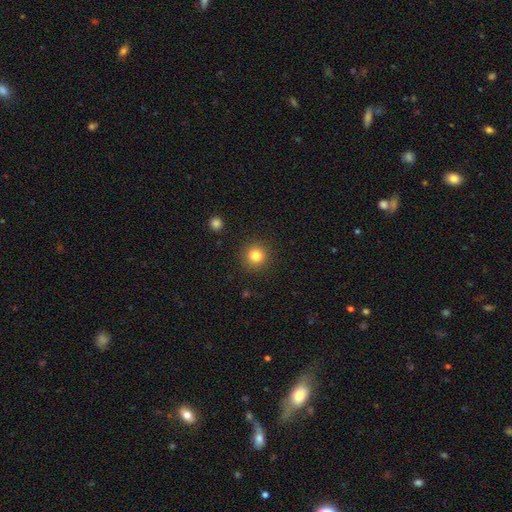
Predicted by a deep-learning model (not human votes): A smooth galaxy with no disk features (82%) that is round (93%). Merging: none (91%).